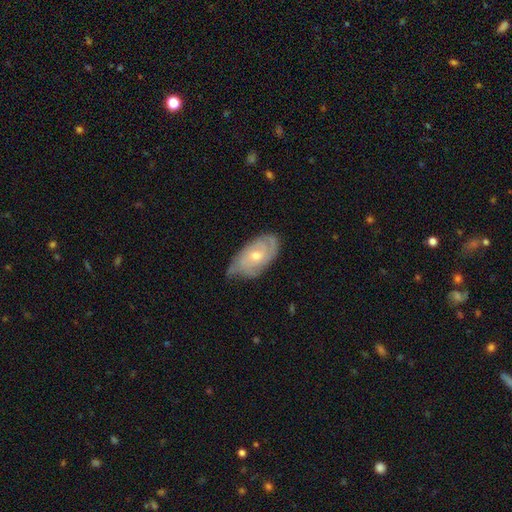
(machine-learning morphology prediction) featured or disk 71%, smooth 23%, star or artifact 6%. Down the decision tree: edge-on disk — no (93%); bar — no (72%); spiral arms — yes (88%); spiral arm count — can't tell (39%); spiral winding — tight (64%); bulge size — moderate (53%); merging — none (62%).